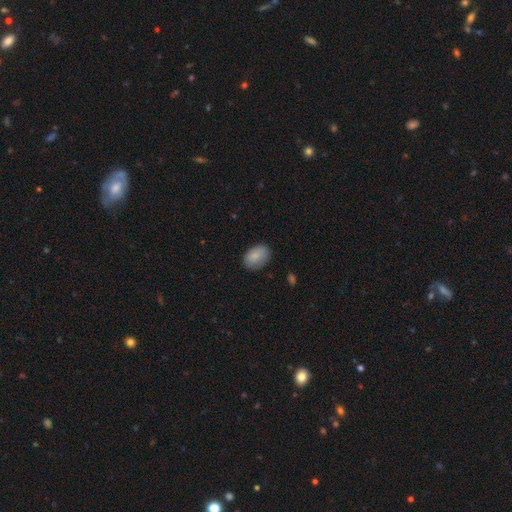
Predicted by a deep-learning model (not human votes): Smooth or featured? Predicted: smooth (p=0.85). How rounded? Predicted: in between (p=0.82). Merging? Predicted: none (p=0.81).